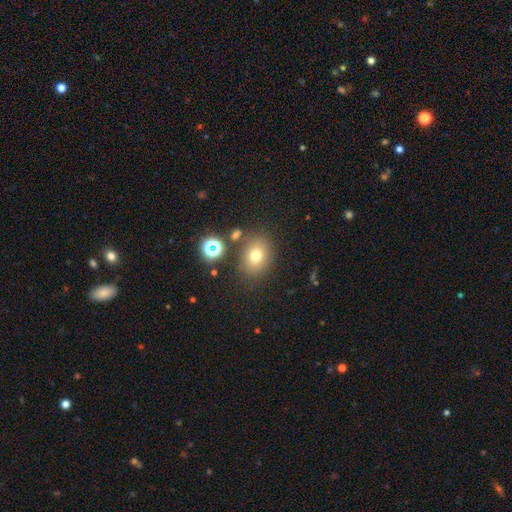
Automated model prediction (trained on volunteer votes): A smooth galaxy with no disk features (73%) that is in between round and cigar-shaped (53%).

Vote fractions:
- Smooth or featured? smooth: 73% / star or artifact: 16% / featured or disk: 11%
- How rounded? in between: 53% / round: 46% / cigar-shaped: 1%
- Merging? none: 79% / minor disturbance: 11% / merger: 6% / major disturbance: 4%